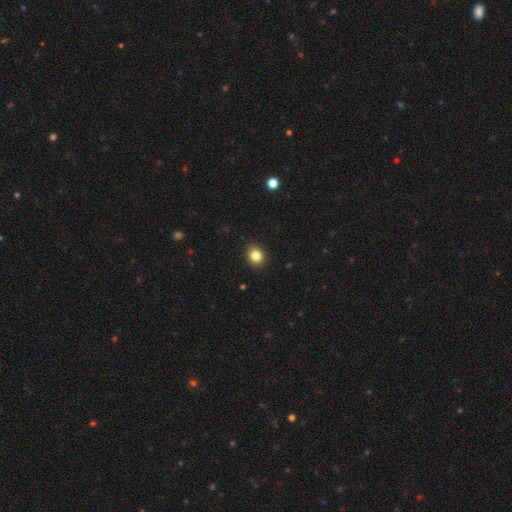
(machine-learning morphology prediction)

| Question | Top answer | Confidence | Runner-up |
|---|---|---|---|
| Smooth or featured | smooth | 83% | star or artifact (11%) |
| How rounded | round | 73% | in between (26%) |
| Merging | none | 91% | minor disturbance (6%) |